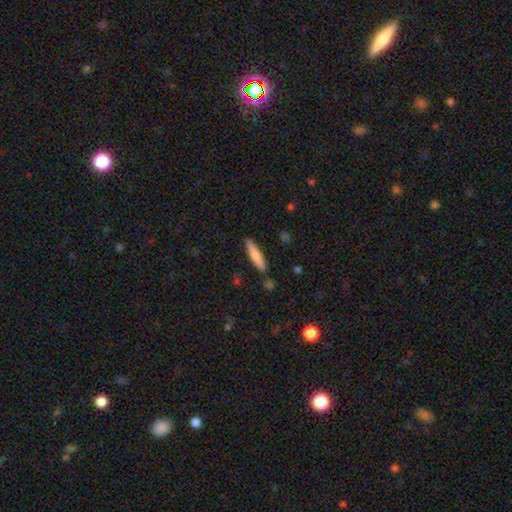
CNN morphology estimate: This is likely a smooth galaxy (69%). How rounded: clearly cigar-shaped (86%). Merging: clearly none (87%).